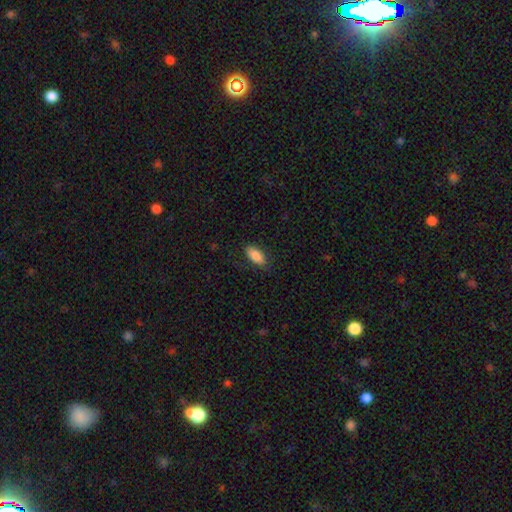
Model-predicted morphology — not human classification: The model was most divided on "merging": none: 81%, minor disturbance: 14%, major disturbance: 4%, merger: 1%. More confident: smooth or featured — smooth (87%); how rounded — in between (87%).